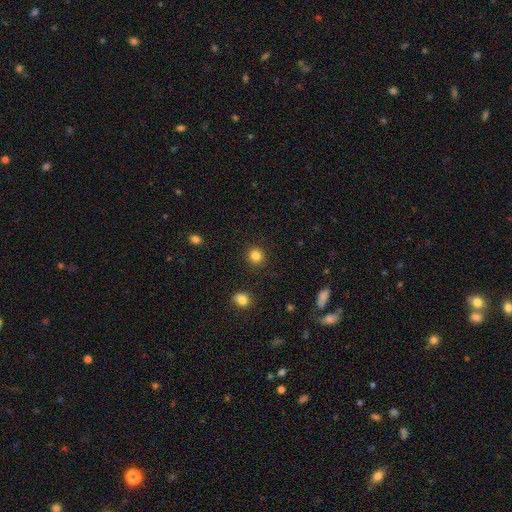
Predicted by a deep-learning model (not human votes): smooth-or-featured: smooth: 84% | star or artifact: 12% | featured or disk: 4%
  how-rounded: round: 91% | in between: 8% | cigar-shaped: 1%
  merging: none: 91% | minor disturbance: 5% | major disturbance: 2% | merger: 1%